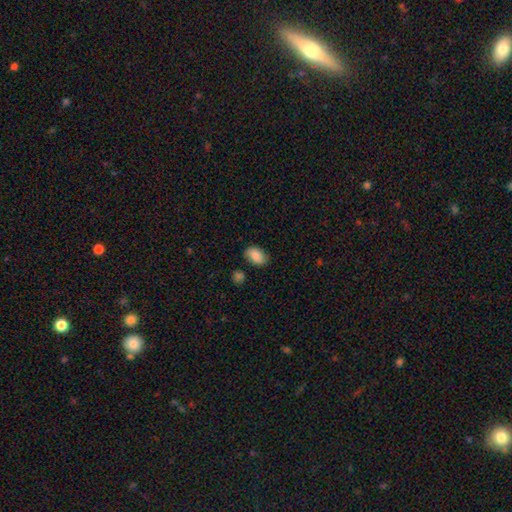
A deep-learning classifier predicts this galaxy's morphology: A smooth galaxy with no disk features (87%) that is in between round and cigar-shaped (90%). Merging: none (80%).